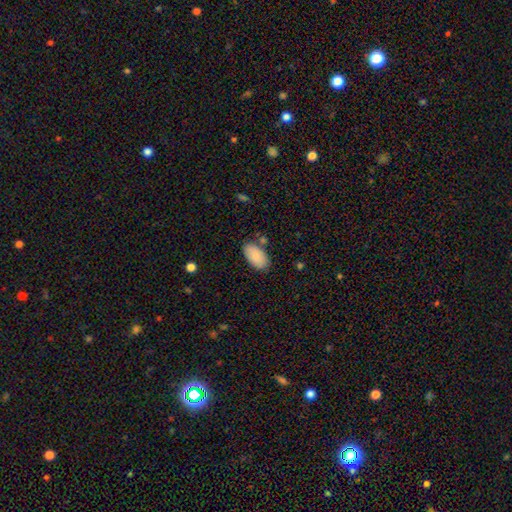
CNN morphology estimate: A smooth galaxy with no disk features (86%) that is in between round and cigar-shaped (95%). Merging: none (78%).